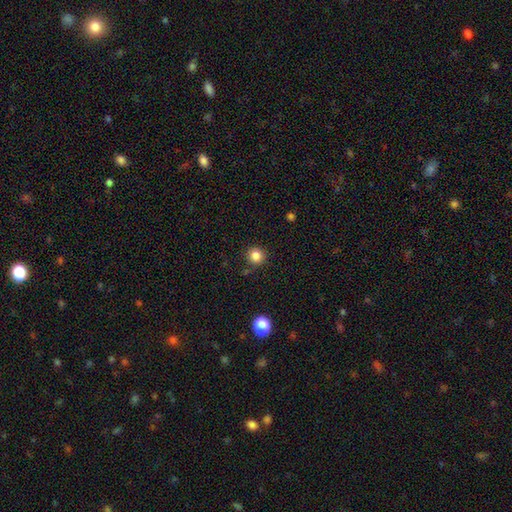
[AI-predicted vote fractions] A smooth galaxy with no disk features (84%) that is round (94%). Merging: none (89%).